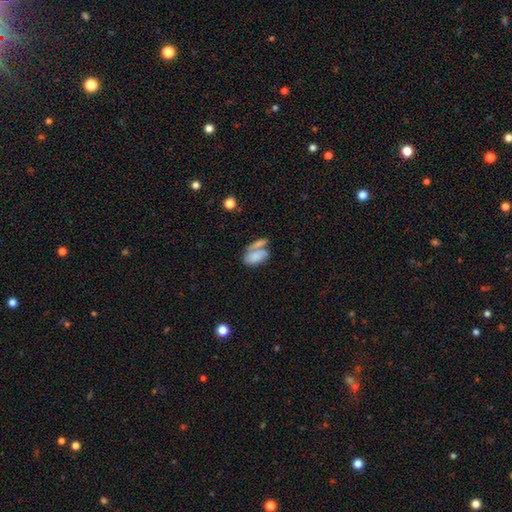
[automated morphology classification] Smooth or featured? Predicted: smooth (p=0.74). How rounded? Predicted: in between (p=0.89). Merging? Predicted: merger (p=0.46).